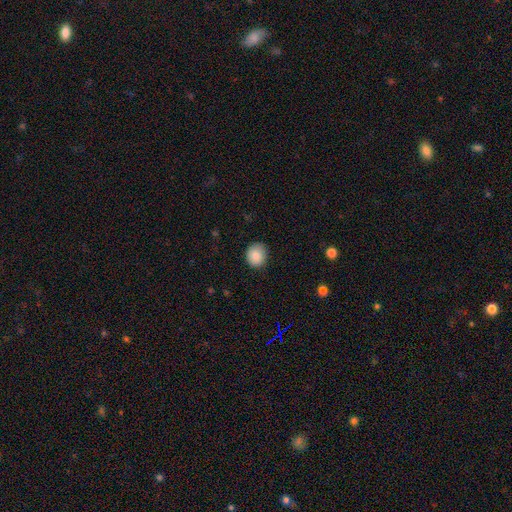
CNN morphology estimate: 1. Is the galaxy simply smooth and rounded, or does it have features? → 85% smooth, 8% star or artifact, 7% featured or disk.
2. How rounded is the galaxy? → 76% round, 23% in between, 1% cigar-shaped.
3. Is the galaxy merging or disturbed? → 85% none, 12% minor disturbance, 2% major disturbance, 1% merger.